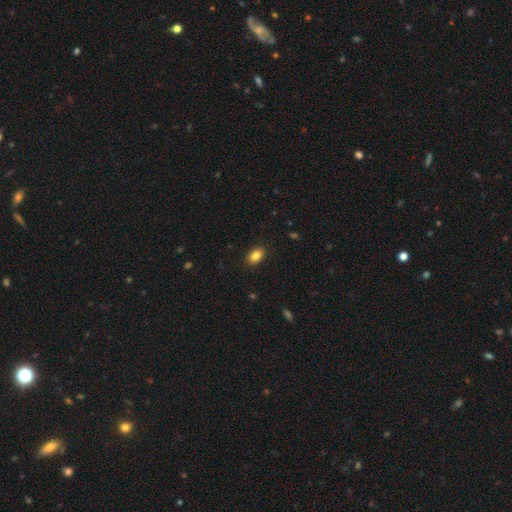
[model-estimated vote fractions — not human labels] Smooth or featured? Predicted: smooth (p=0.85). How rounded? Predicted: in between (p=0.88). Merging? Predicted: none (p=0.89).